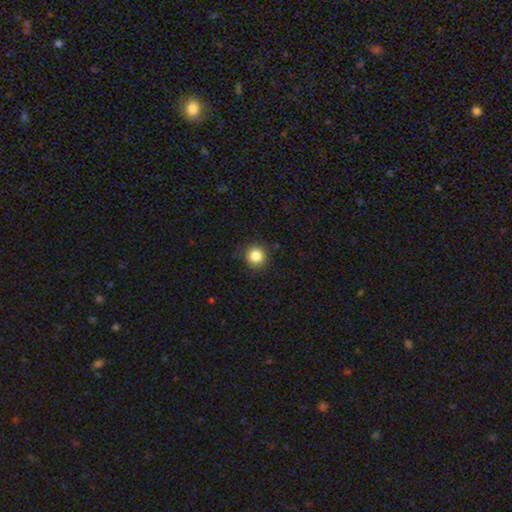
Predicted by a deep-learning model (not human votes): Smooth or featured? Predicted: smooth (p=0.83). How rounded? Predicted: round (p=0.94). Merging? Predicted: none (p=0.87).